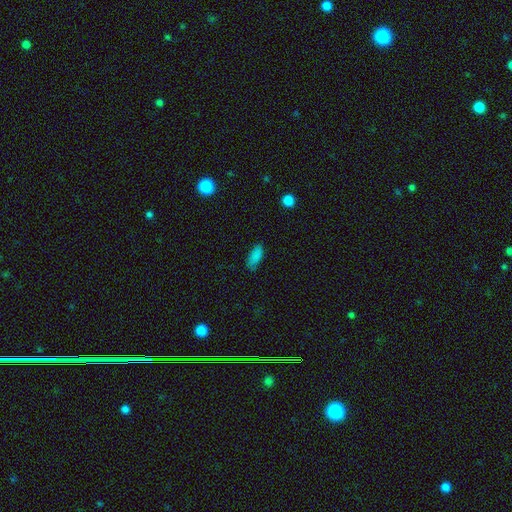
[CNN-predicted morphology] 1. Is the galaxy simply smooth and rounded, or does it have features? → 85% smooth, 10% star or artifact, 5% featured or disk.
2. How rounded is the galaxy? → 84% in between, 14% cigar-shaped, 2% round.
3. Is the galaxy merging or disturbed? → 76% none, 18% minor disturbance, 4% major disturbance, 1% merger.